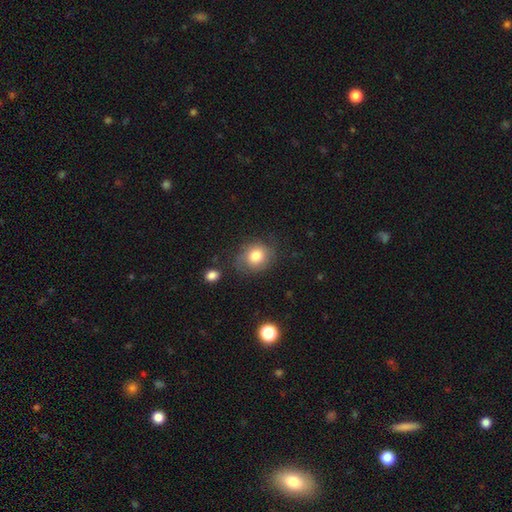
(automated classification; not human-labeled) smooth 78%, featured or disk 13%, star or artifact 9%. Down the decision tree: how rounded — round (68%); merging — none (70%).